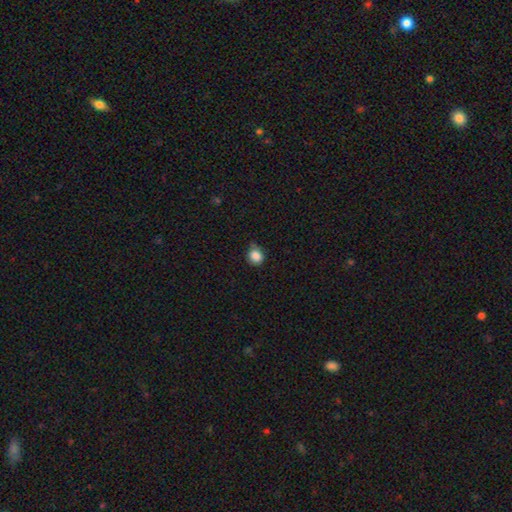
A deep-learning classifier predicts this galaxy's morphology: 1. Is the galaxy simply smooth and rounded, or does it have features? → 85% smooth, 10% star or artifact, 5% featured or disk.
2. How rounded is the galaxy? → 70% round, 29% in between, 1% cigar-shaped.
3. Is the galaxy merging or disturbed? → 58% none, 34% minor disturbance, 6% major disturbance, 2% merger.